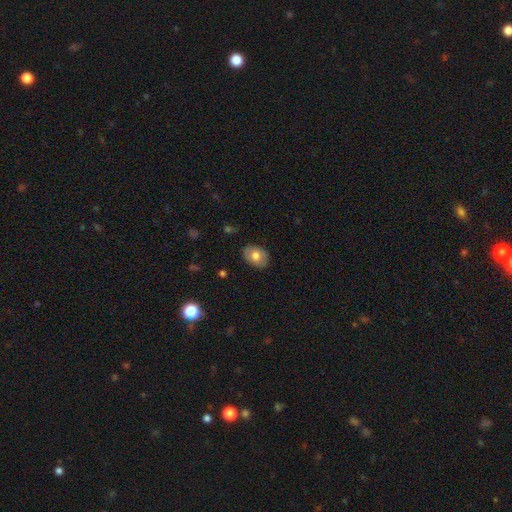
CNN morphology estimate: smooth-or-featured: smooth: 73% | featured or disk: 20% | star or artifact: 7%
  how-rounded: in between: 76% | round: 23% | cigar-shaped: 1%
  merging: none: 86% | minor disturbance: 11% | major disturbance: 2% | merger: 1%